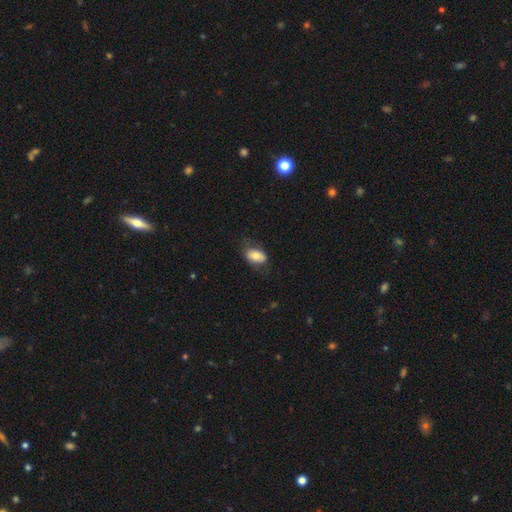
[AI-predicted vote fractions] Overall: smooth (74%). How rounded: in between (88%). Merging: none (66%).